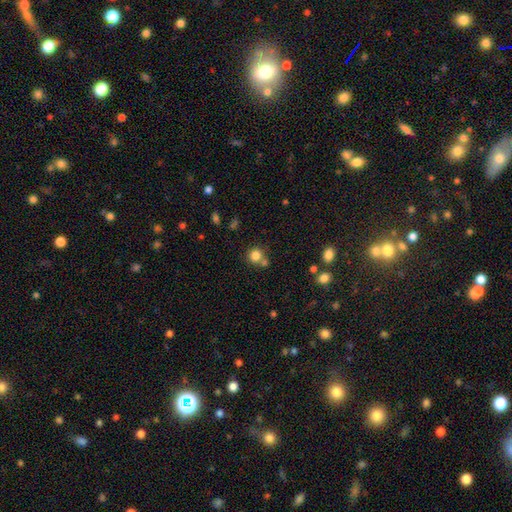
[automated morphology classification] smooth 81%, star or artifact 12%, featured or disk 7%. Down the decision tree: how rounded — round (89%); merging — none (59%).